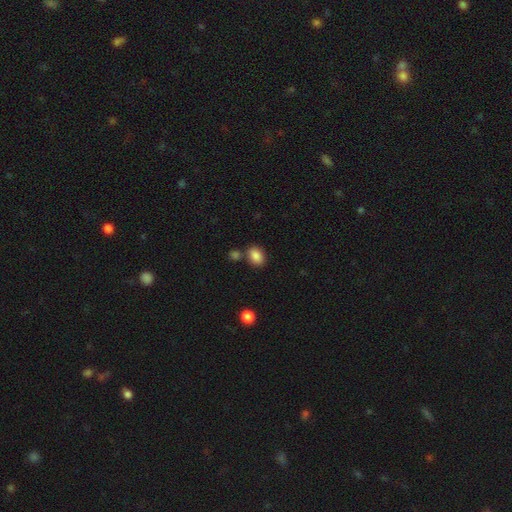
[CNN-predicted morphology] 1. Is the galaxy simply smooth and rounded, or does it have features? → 86% smooth, 9% star or artifact, 5% featured or disk.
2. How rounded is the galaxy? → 73% in between, 26% round, 1% cigar-shaped.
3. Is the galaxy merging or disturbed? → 74% none, 12% merger, 11% minor disturbance, 3% major disturbance.